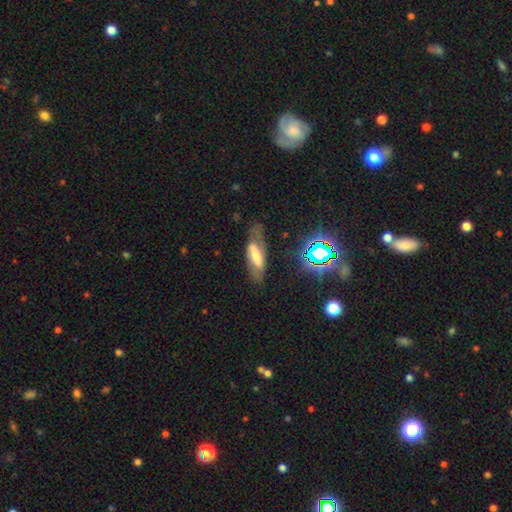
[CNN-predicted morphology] A featured or disk galaxy (48%). Merging: none (59%).